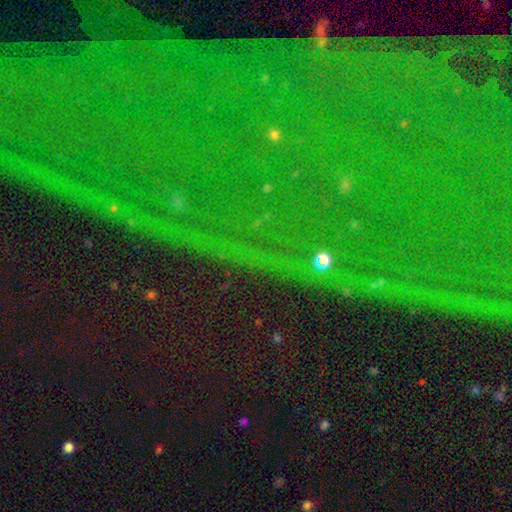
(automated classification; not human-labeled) A star or artifact, not a galaxy (84%).

Vote fractions:
- Smooth or featured? star or artifact: 84% / featured or disk: 8% / smooth: 8%